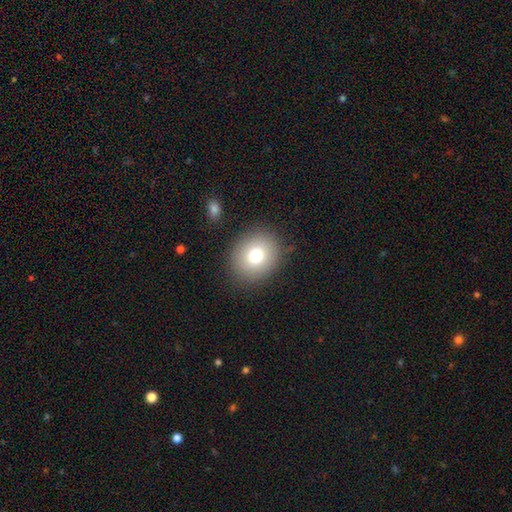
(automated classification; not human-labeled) Morphology: type=smooth (78%); roundness=round (70%); merging=none (87%).